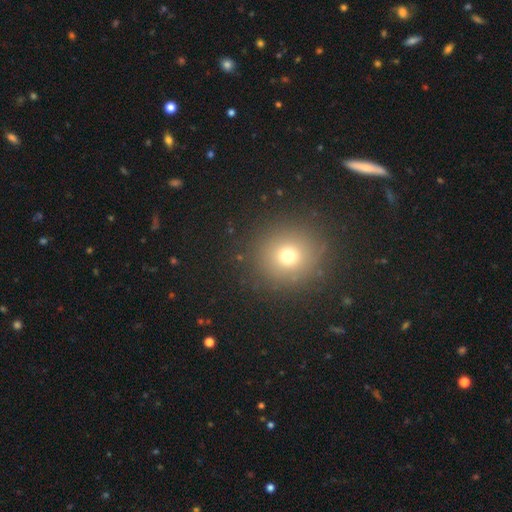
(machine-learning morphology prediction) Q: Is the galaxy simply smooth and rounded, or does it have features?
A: smooth — 61%.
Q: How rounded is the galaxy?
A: round — 93%.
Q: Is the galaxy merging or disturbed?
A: none — 91%.